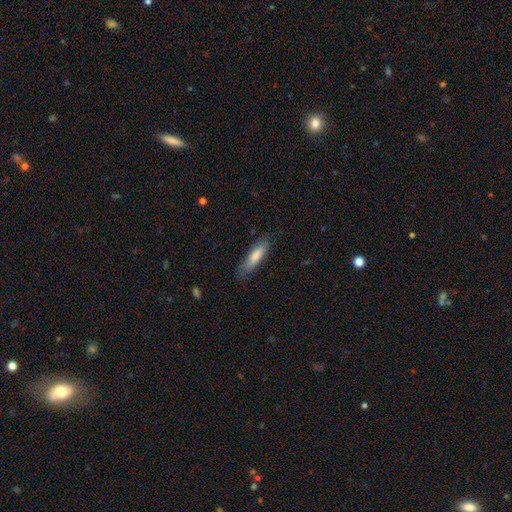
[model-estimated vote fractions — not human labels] Q: Smooth or featured?
A: smooth (76%); runner-up: featured or disk (18%)
Q: How rounded?
A: cigar-shaped (65%); runner-up: in between (34%)
Q: Merging?
A: none (77%); runner-up: minor disturbance (18%)